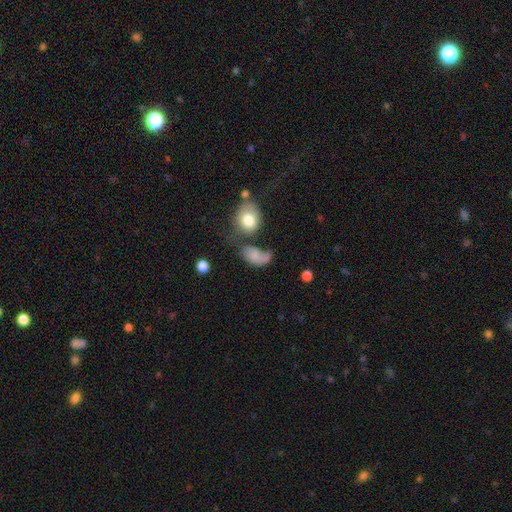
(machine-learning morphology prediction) A smooth galaxy with no disk features (65%) that is in between round and cigar-shaped (78%). Merging: major disturbance (32%).